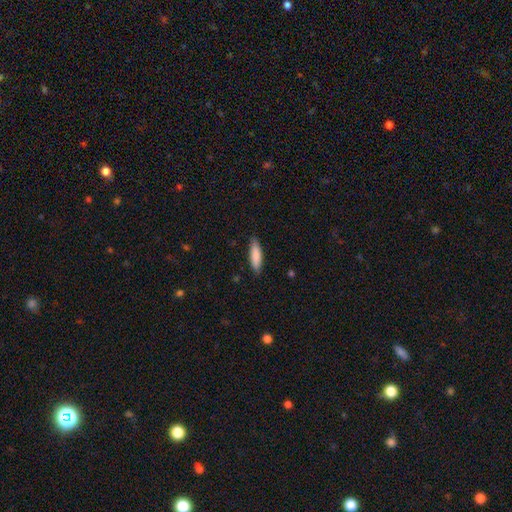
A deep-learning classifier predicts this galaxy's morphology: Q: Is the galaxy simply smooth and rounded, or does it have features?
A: smooth — 85%.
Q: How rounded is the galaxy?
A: cigar-shaped — 60%.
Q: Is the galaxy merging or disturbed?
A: none — 84%.